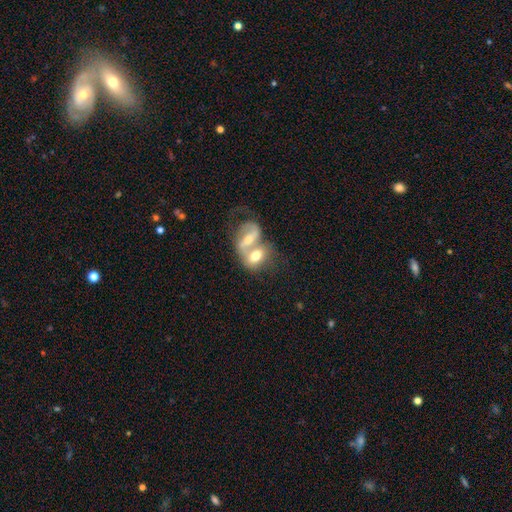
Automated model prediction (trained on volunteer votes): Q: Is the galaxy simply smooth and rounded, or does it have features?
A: featured or disk — 54%.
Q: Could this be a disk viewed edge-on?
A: no — 94%.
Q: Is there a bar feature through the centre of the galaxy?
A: strong — 35%.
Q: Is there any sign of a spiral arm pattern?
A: yes — 63%.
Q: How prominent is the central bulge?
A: moderate — 63%.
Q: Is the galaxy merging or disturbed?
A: merger — 75%.